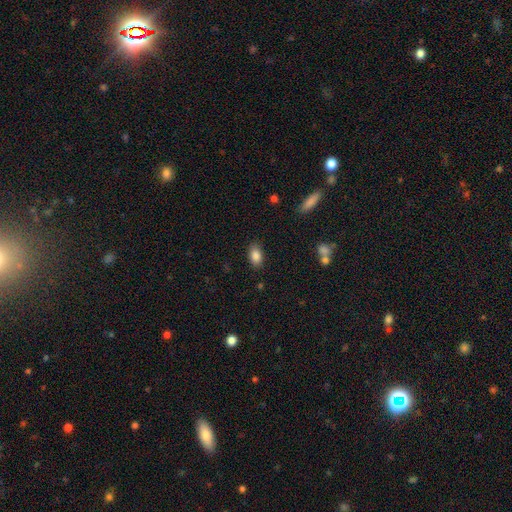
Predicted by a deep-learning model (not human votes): Smooth or featured: smooth — 86% (star or artifact — 8%)
How rounded: in between — 90% (round — 8%)
Merging: none — 85% (minor disturbance — 11%)